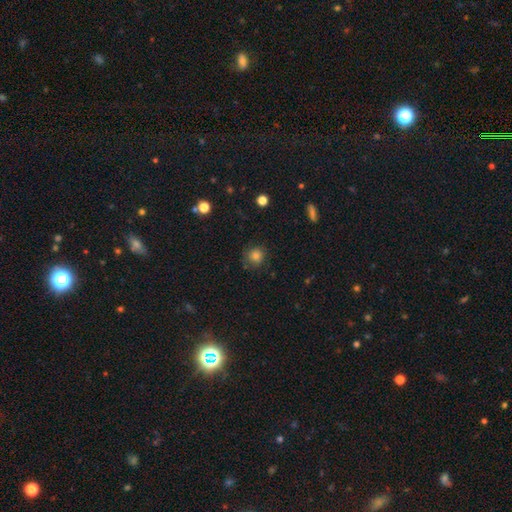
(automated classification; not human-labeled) A smooth galaxy with no disk features (78%) that is round (90%). Merging: none (81%).